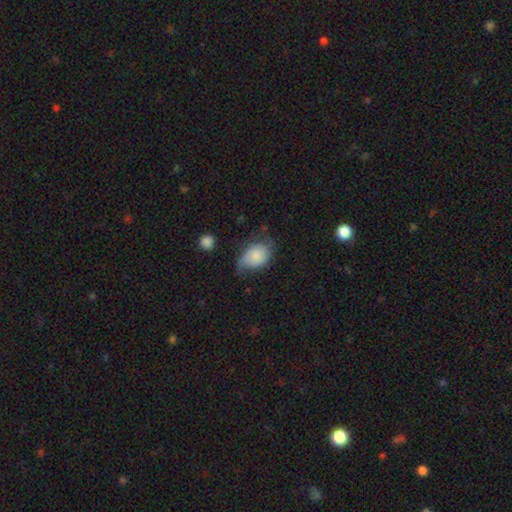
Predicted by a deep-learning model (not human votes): Smooth or featured?
  - smooth: 70% *
  - featured or disk: 22%
  - star or artifact: 8%
How rounded?
  - in between: 75% *
  - round: 24%
  - cigar-shaped: 1%
Merging?
  - minor disturbance: 40% *
  - none: 35%
  - major disturbance: 22%
  - merger: 3%